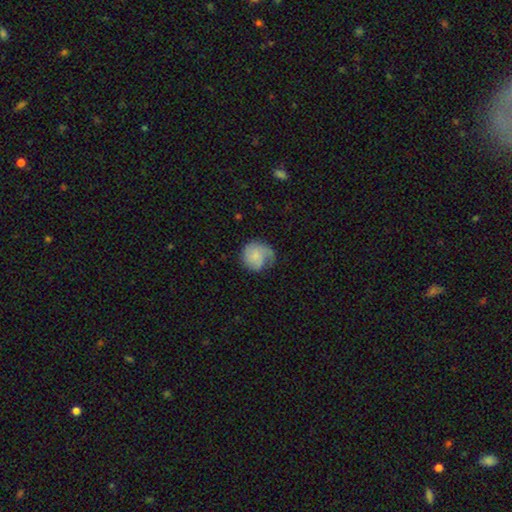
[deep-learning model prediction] This is possibly a smooth galaxy (49%). Merging: possibly none (52%).